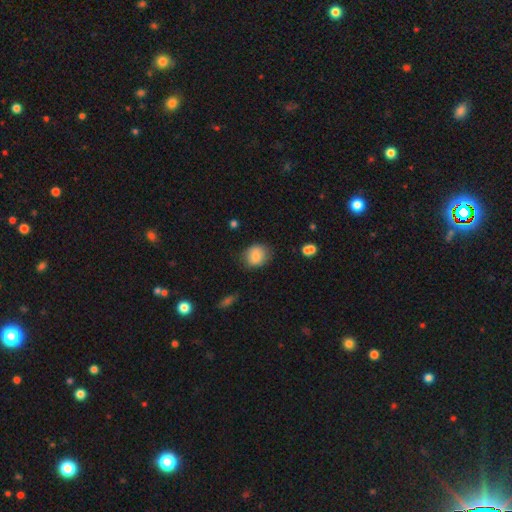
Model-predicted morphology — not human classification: Smooth or featured: smooth — 83% (star or artifact — 9%)
How rounded: round — 73% (in between — 26%)
Merging: none — 78% (minor disturbance — 16%)